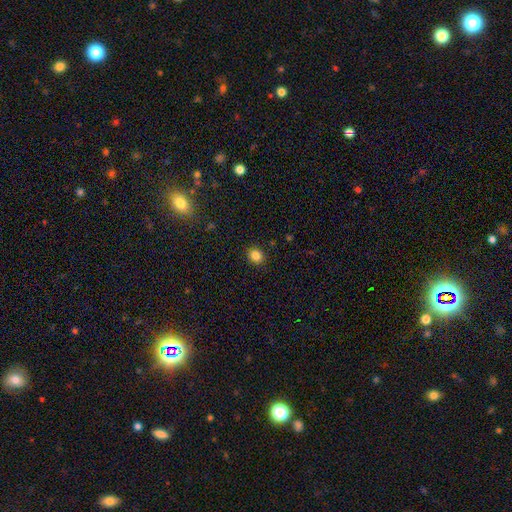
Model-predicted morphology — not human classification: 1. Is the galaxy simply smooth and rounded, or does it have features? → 84% smooth, 12% star or artifact, 4% featured or disk.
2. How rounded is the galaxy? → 74% round, 25% in between, 1% cigar-shaped.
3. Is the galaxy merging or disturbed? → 90% none, 6% minor disturbance, 2% major disturbance, 1% merger.